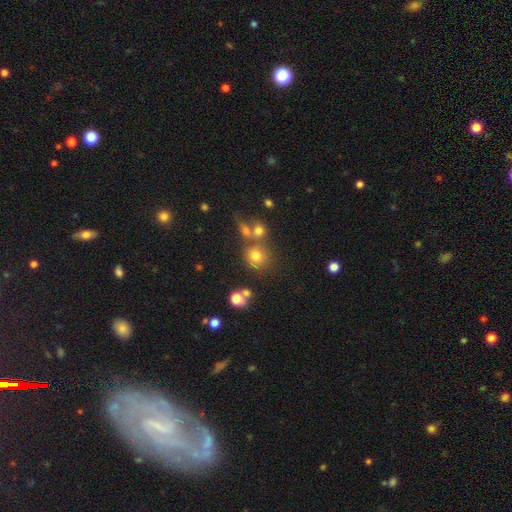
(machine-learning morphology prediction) This appears to be a smooth galaxy with no disk features (72%) that is round (83%). Merging: none (59%).